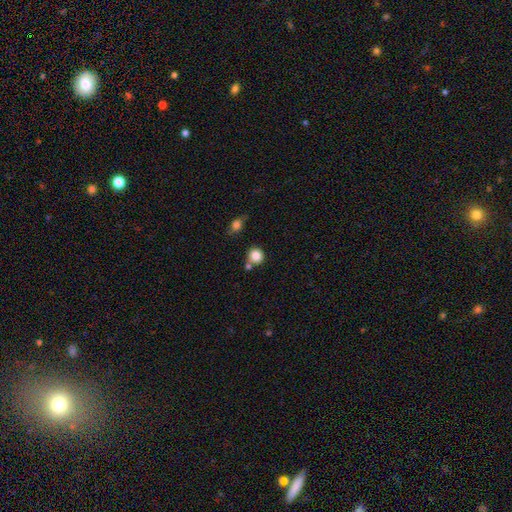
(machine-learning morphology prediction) smooth-or-featured: smooth: 84% | star or artifact: 10% | featured or disk: 5%
  how-rounded: round: 87% | in between: 12% | cigar-shaped: 1%
  merging: none: 70% | merger: 15% | minor disturbance: 11% | major disturbance: 3%